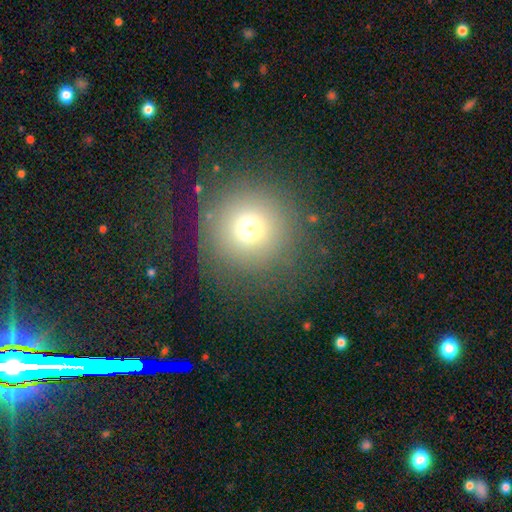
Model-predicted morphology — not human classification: smooth-or-featured: smooth: 58% | star or artifact: 27% | featured or disk: 14%
  how-rounded: round: 94% | in between: 5% | cigar-shaped: 1%
  merging: none: 87% | minor disturbance: 8% | major disturbance: 4% | merger: 2%